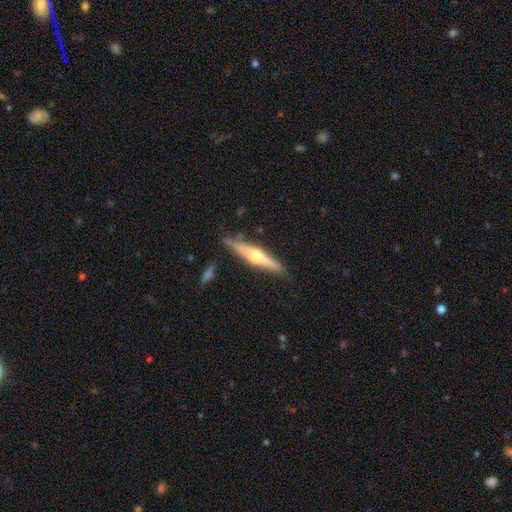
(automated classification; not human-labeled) This appears to be a featured or disk galaxy (62%) viewed edge-on (95%) with a rounded central bulge (91%). Merging: none (84%).